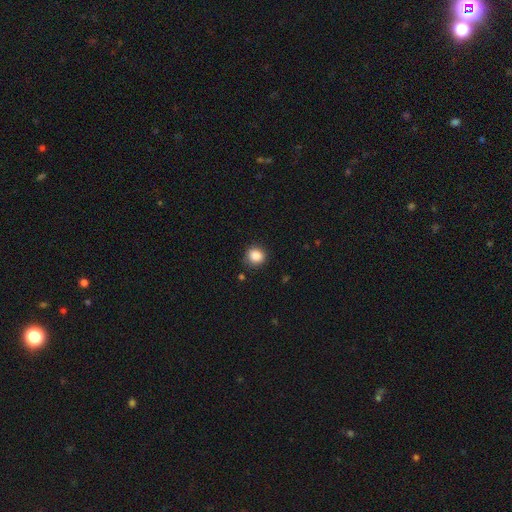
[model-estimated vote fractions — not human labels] Morphology: type=smooth (86%); roundness=round (85%); merging=none (83%).